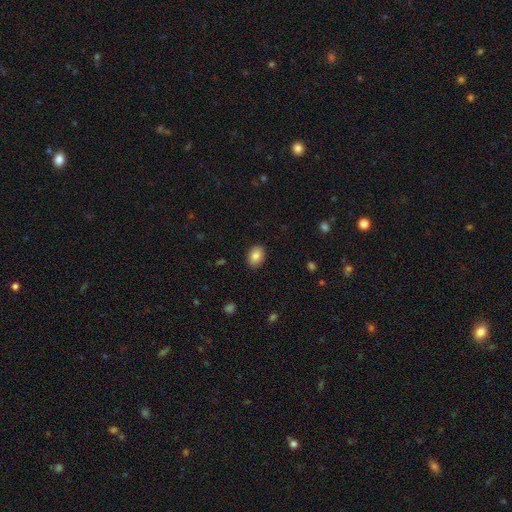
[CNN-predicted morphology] Smooth or featured: smooth — 84% (featured or disk — 8%)
How rounded: in between — 77% (round — 22%)
Merging: none — 88% (minor disturbance — 9%)